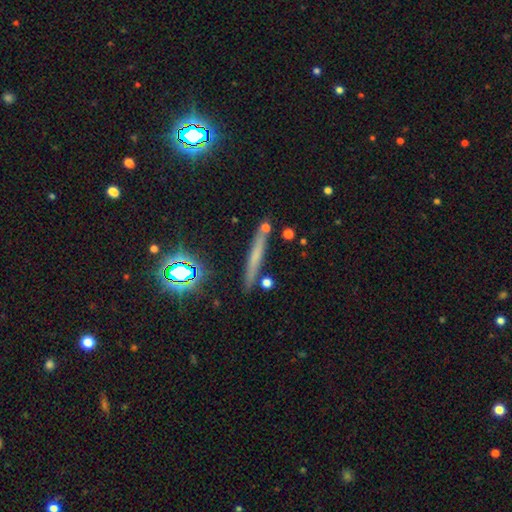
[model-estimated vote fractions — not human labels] Smooth or featured: smooth — 46% (featured or disk — 34%)
Merging: none — 83% (minor disturbance — 10%)